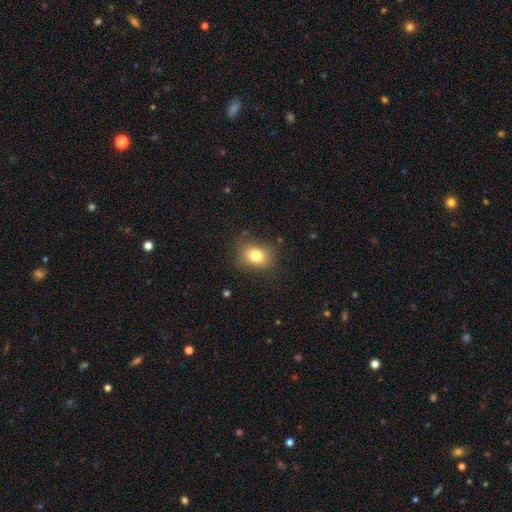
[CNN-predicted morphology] The model was most divided on "how rounded": in between: 52%, round: 47%, cigar-shaped: 1%. More confident: merging — none (81%); smooth or featured — smooth (80%).